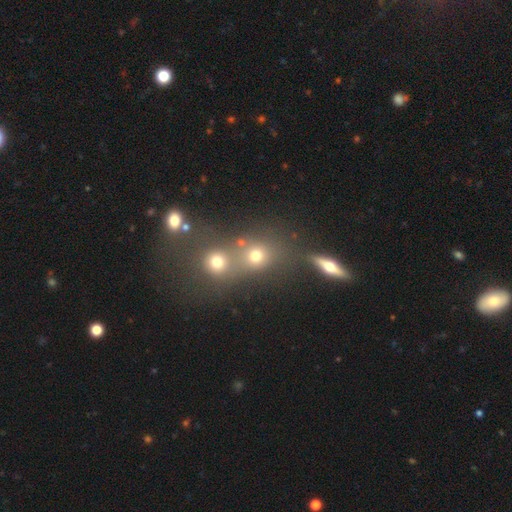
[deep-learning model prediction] Morphology: type=smooth (70%); roundness=round (76%); merging=merger (46%).